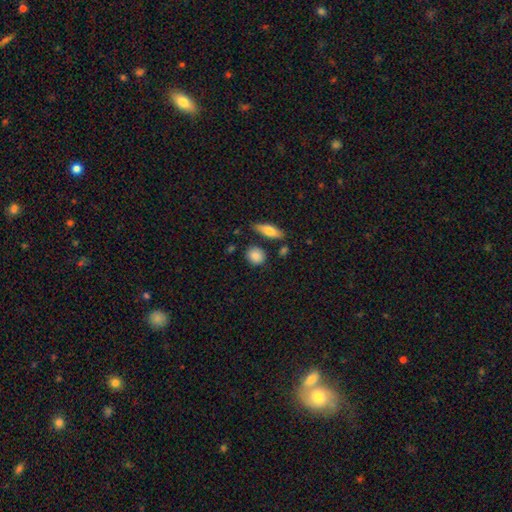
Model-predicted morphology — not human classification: Overall: smooth (85%). How rounded: round (67%; in between 29%). Merging: none (78%).